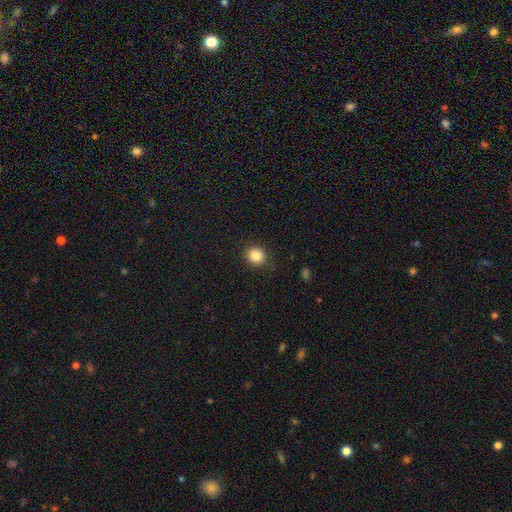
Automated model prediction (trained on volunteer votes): The model was most divided on "how rounded": round: 84%, in between: 15%, cigar-shaped: 1%. More confident: merging — none (87%); smooth or featured — smooth (86%).